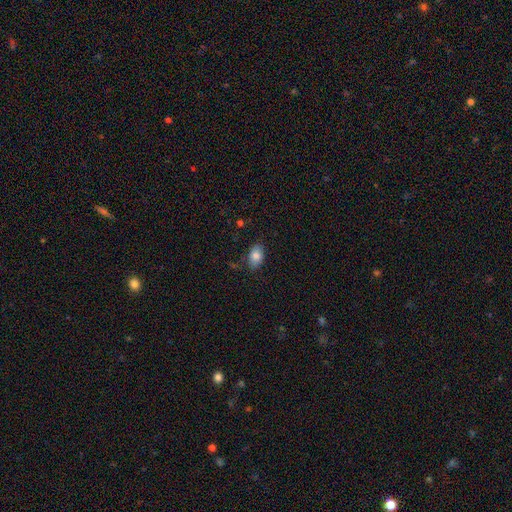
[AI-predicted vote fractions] Overall: smooth (82%). How rounded: in between (88%). Merging: none (80%).